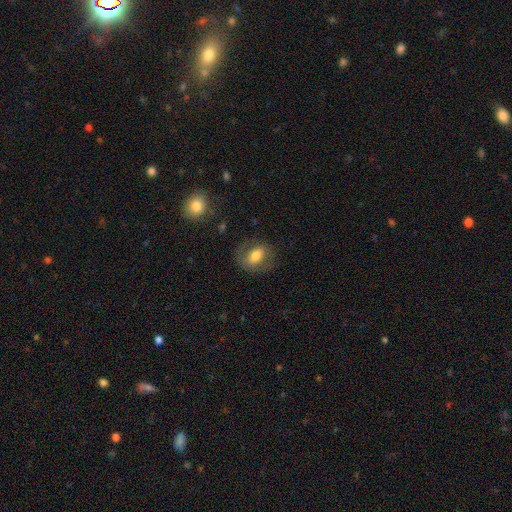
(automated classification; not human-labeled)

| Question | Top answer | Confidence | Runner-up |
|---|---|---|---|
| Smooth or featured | smooth | 56% | featured or disk (36%) |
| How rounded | in between | 66% | round (32%) |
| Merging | none | 71% | minor disturbance (16%) |